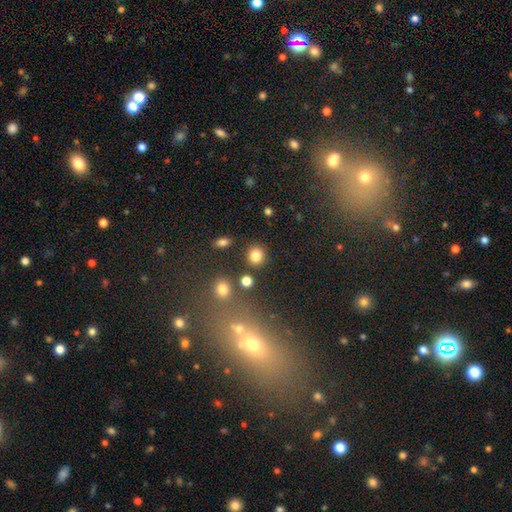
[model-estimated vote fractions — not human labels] A smooth galaxy with no disk features (82%) that is round (87%).

Vote fractions:
- Smooth or featured? smooth: 82% / star or artifact: 13% / featured or disk: 6%
- How rounded? round: 87% / in between: 12% / cigar-shaped: 1%
- Merging? none: 85% / minor disturbance: 8% / merger: 5% / major disturbance: 3%